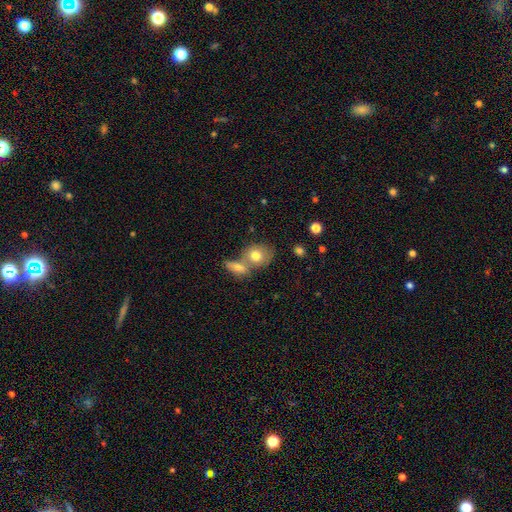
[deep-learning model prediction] Overall: smooth (76%). How rounded: round (52%; in between 46%). Merging: merger (47%; none 38%).